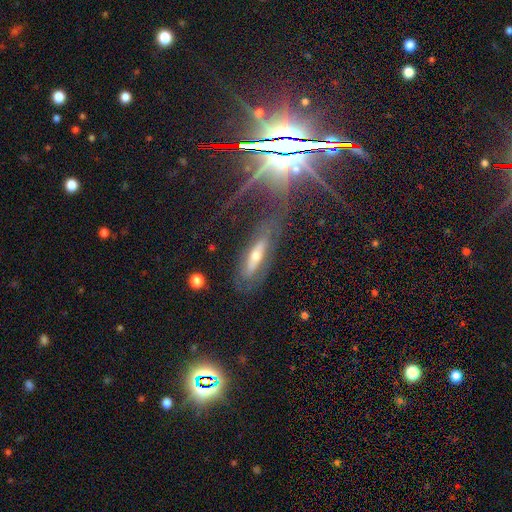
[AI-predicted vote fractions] Morphology: type=featured or disk (53%); edge-on=no (53%); merging=none (66%).